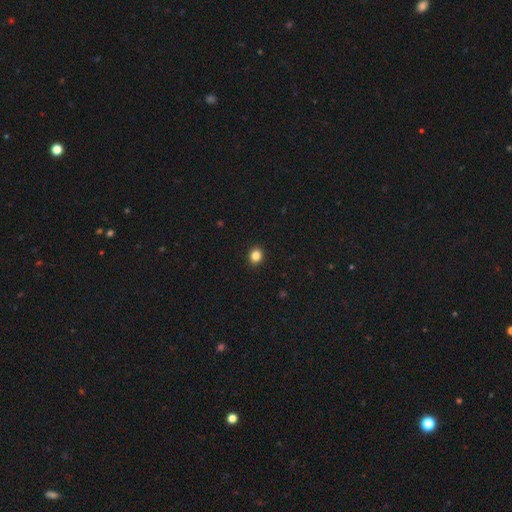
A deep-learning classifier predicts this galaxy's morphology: A smooth galaxy with no disk features (85%) that is round (66%).

Vote fractions:
- Smooth or featured? smooth: 85% / star or artifact: 11% / featured or disk: 4%
- How rounded? round: 66% / in between: 33% / cigar-shaped: 1%
- Merging? none: 92% / minor disturbance: 5% / major disturbance: 2% / merger: 1%